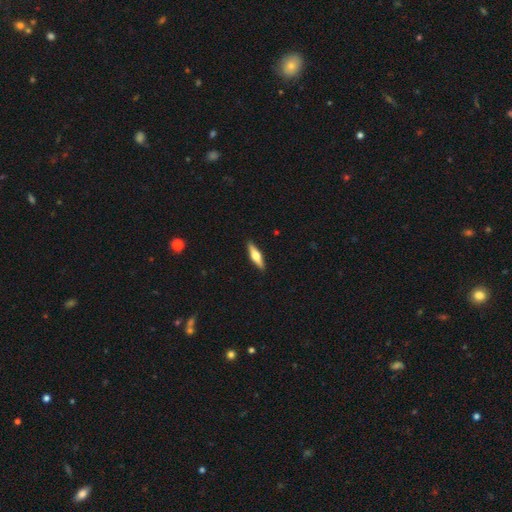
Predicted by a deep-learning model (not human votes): Q: Smooth or featured?
A: featured or disk (56%); runner-up: smooth (39%)
Q: Edge-on disk?
A: yes (95%); runner-up: no (5%)
Q: Edge-on bulge?
A: rounded (94%); runner-up: boxy (4%)
Q: Merging?
A: none (91%); runner-up: minor disturbance (7%)